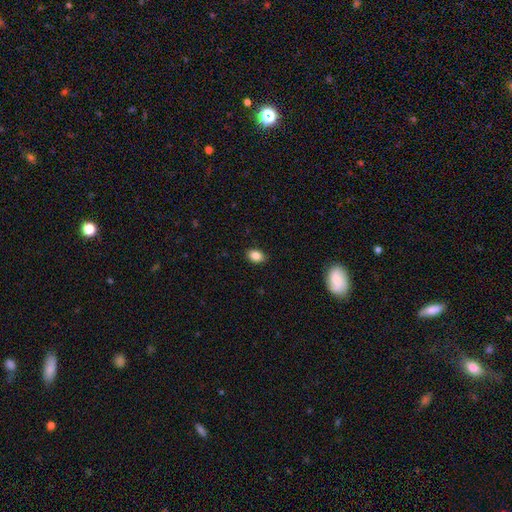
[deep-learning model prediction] Q: Smooth or featured?
A: smooth (86%); runner-up: star or artifact (9%)
Q: How rounded?
A: in between (76%); runner-up: round (23%)
Q: Merging?
A: none (88%); runner-up: minor disturbance (9%)